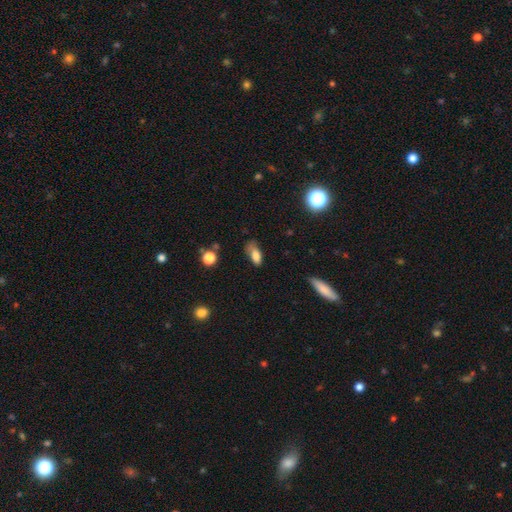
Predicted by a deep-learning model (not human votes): Smooth or featured?
  - smooth: 78% *
  - featured or disk: 12%
  - star or artifact: 10%
How rounded?
  - in between: 83% *
  - cigar-shaped: 13%
  - round: 5%
Merging?
  - none: 41% *
  - minor disturbance: 36%
  - major disturbance: 19%
  - merger: 4%